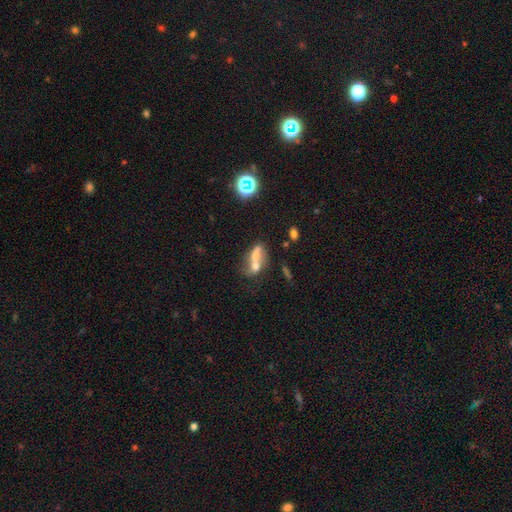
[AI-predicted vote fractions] Morphology: type=smooth (53%); roundness=in between (65%); merging=merger (63%).